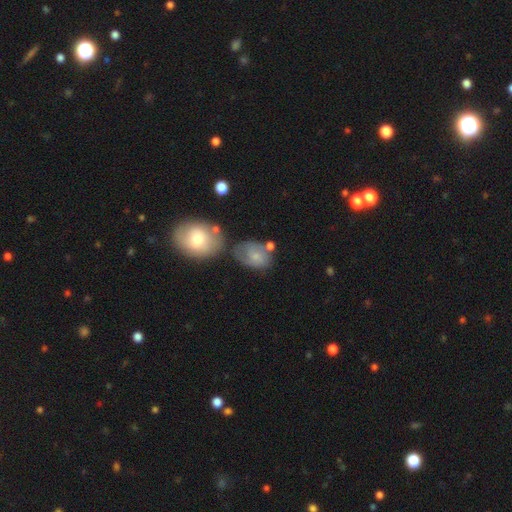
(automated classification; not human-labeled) smooth-or-featured: smooth: 59% | featured or disk: 32% | star or artifact: 9%
  how-rounded: in between: 70% | round: 29% | cigar-shaped: 1%
  merging: none: 49% | minor disturbance: 24% | merger: 17% | major disturbance: 10%